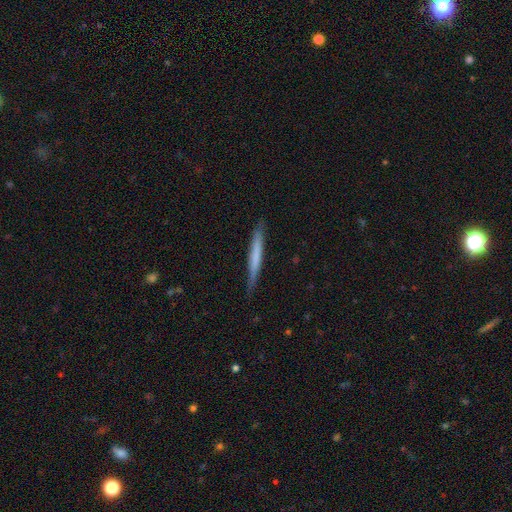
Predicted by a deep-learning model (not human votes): Overall: smooth (58%; featured or disk 36%). How rounded: cigar-shaped (96%). Merging: none (86%).